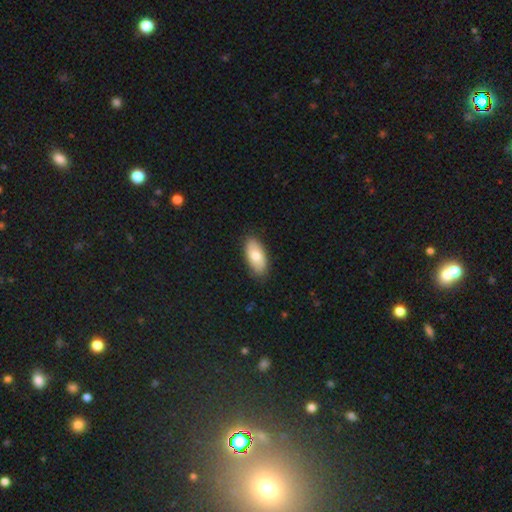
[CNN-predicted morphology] type=smooth (77%); roundness=in between (91%); merging=none (86%).